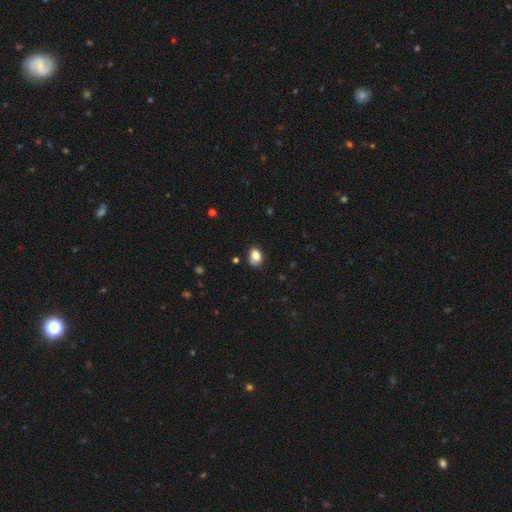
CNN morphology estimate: This appears to be a smooth galaxy with no disk features (83%) that is in between round and cigar-shaped (68%). Merging: none (73%).